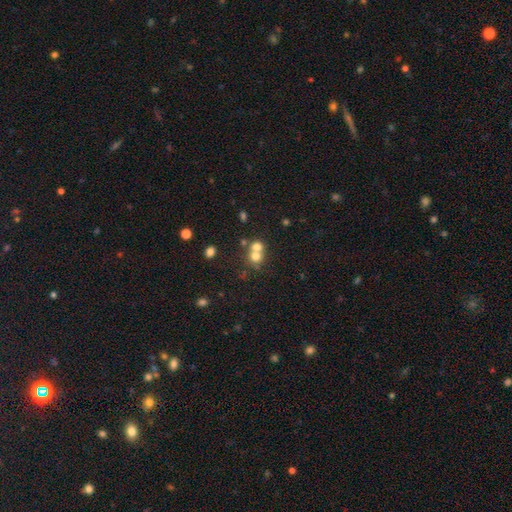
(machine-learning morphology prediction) Smooth or featured? smooth (70%)
How rounded? round (80%)
Merging? merger (55%)